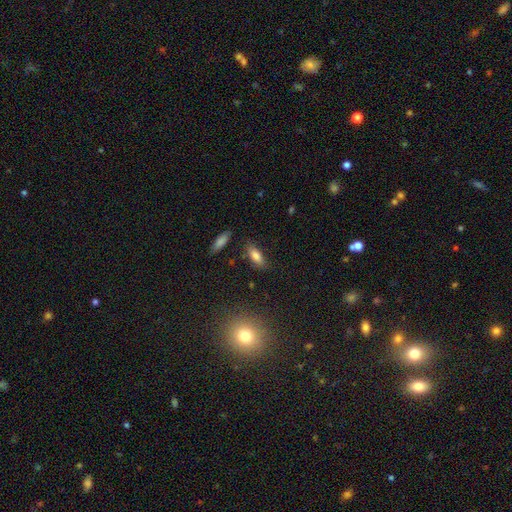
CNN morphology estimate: This is clearly a smooth galaxy (81%). How rounded: likely in between (75%). Merging: likely none (78%).